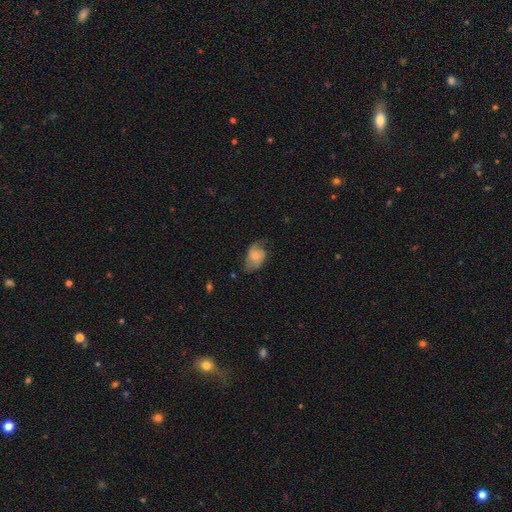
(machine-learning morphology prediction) smooth 57%, featured or disk 36%, star or artifact 8%. Down the decision tree: how rounded — in between (77%); merging — none (49%).